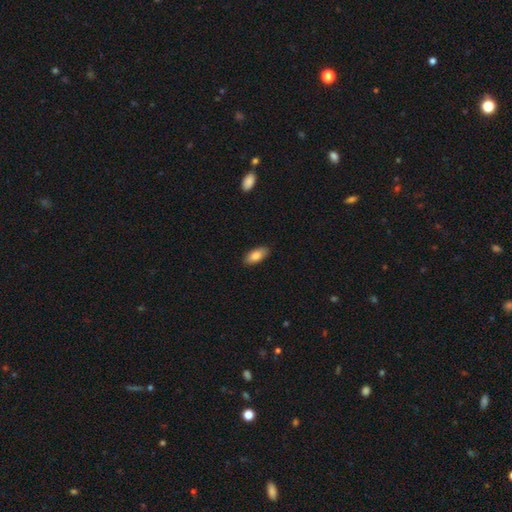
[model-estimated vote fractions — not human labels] Smooth or featured?
  - smooth: 85% *
  - featured or disk: 9%
  - star or artifact: 6%
How rounded?
  - in between: 88% *
  - cigar-shaped: 9%
  - round: 2%
Merging?
  - none: 88% *
  - minor disturbance: 9%
  - major disturbance: 2%
  - merger: 1%